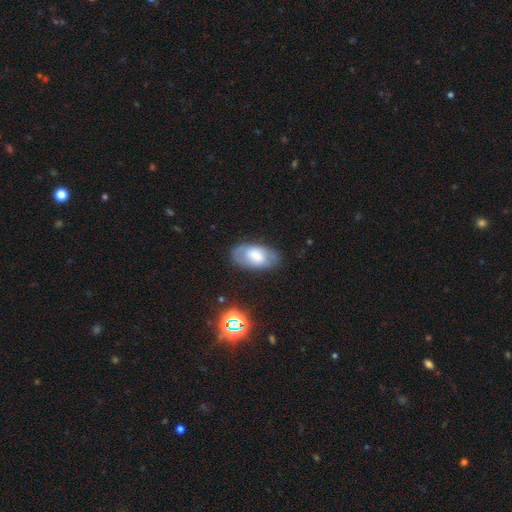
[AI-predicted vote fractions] This appears to be a smooth galaxy with no disk features (53%) that is in between round and cigar-shaped (93%). Merging: none (72%).